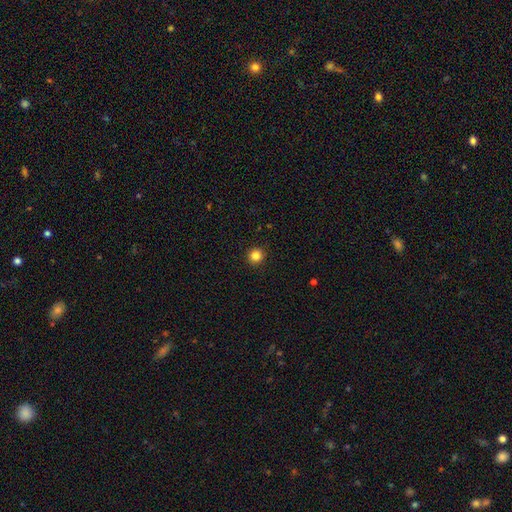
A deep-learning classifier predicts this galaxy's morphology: smooth_or_featured: smooth (p=0.84) [alt: star or artifact p=0.12]
how_rounded: round (p=0.95) [alt: in between p=0.05]
merging: none (p=0.93) [alt: minor disturbance p=0.04]